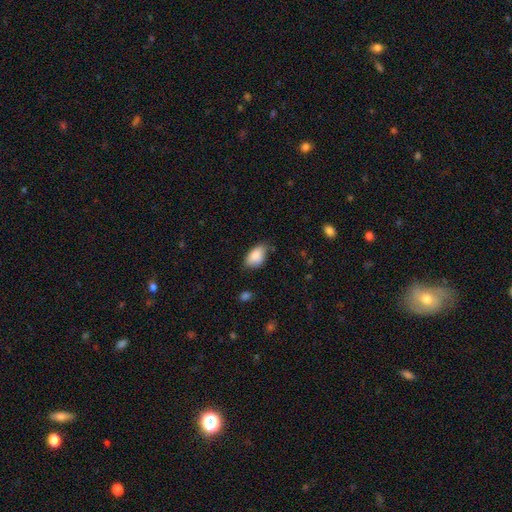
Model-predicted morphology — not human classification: A smooth galaxy with no disk features (86%) that is in between round and cigar-shaped (92%). Merging: none (69%).